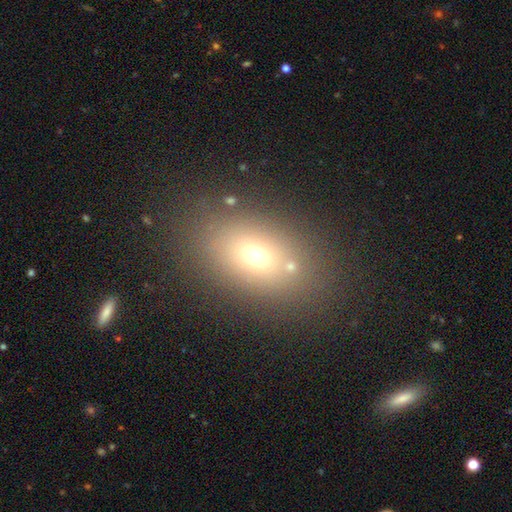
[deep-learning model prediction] smooth-or-featured: smooth: 67% | star or artifact: 17% | featured or disk: 15%
  how-rounded: in between: 77% | round: 21% | cigar-shaped: 2%
  merging: none: 77% | minor disturbance: 10% | merger: 8% | major disturbance: 5%